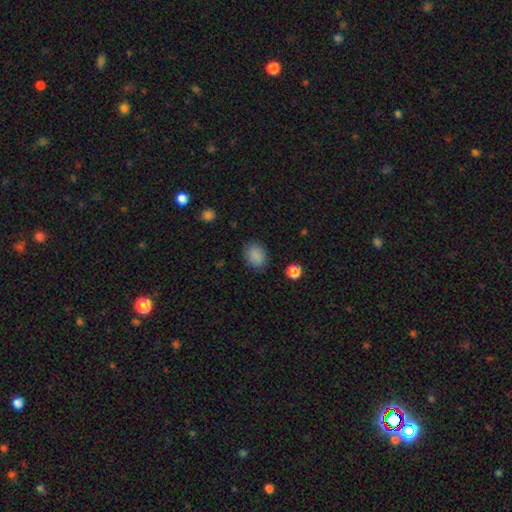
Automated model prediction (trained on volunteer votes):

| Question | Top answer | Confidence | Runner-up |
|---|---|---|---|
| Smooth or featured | smooth | 87% | star or artifact (10%) |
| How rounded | in between | 55% | round (44%) |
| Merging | none | 84% | minor disturbance (12%) |